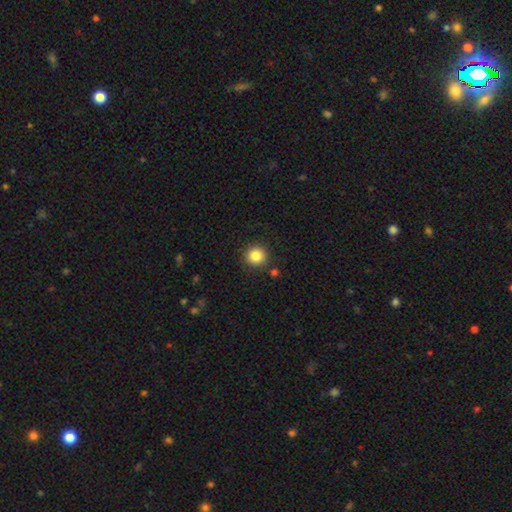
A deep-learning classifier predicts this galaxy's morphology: smooth_or_featured: smooth (p=0.85) [alt: star or artifact p=0.10]
how_rounded: round (p=0.93) [alt: in between p=0.06]
merging: none (p=0.88) [alt: minor disturbance p=0.07]